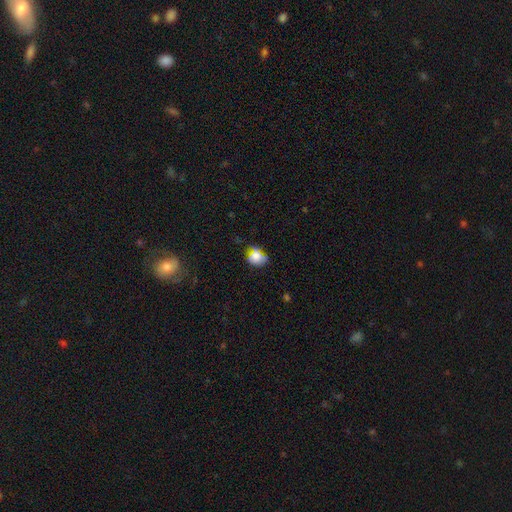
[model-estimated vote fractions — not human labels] smooth 71%, featured or disk 17%, star or artifact 12%. Down the decision tree: how rounded — round (51%); merging — none (48%).